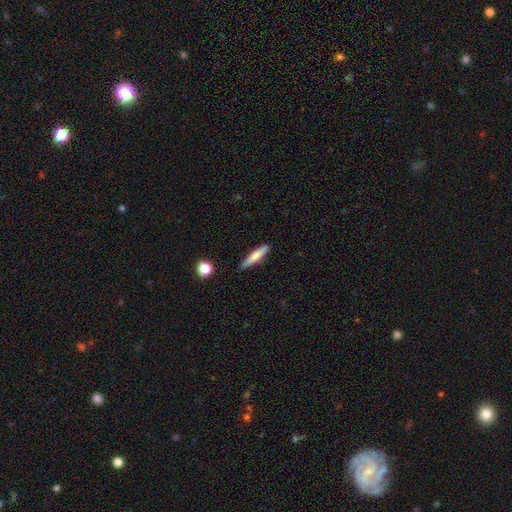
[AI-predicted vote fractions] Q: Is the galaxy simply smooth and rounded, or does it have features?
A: smooth — 66%.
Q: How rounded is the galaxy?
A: cigar-shaped — 87%.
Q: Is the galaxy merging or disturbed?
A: none — 84%.